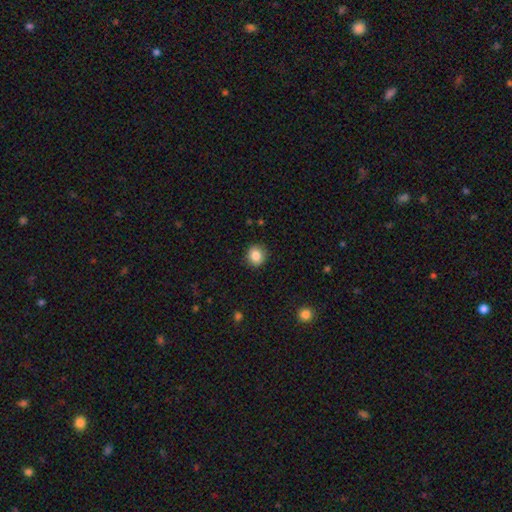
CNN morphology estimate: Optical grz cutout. It shows a smooth galaxy with no disk features (85%) that is round (84%). Merging: none (89%).